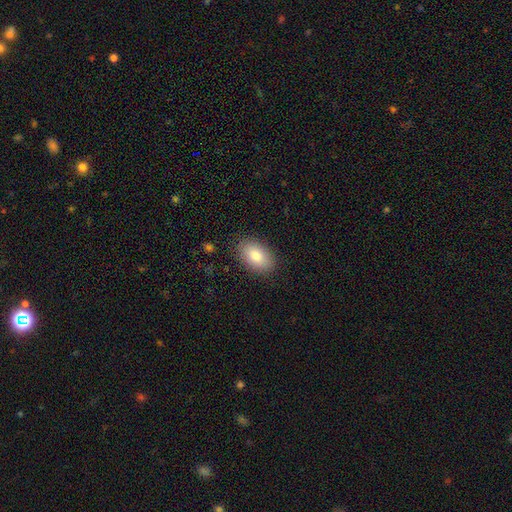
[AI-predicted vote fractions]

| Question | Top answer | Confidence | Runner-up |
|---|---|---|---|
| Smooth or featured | smooth | 84% | featured or disk (9%) |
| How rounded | in between | 93% | round (6%) |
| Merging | none | 87% | minor disturbance (10%) |